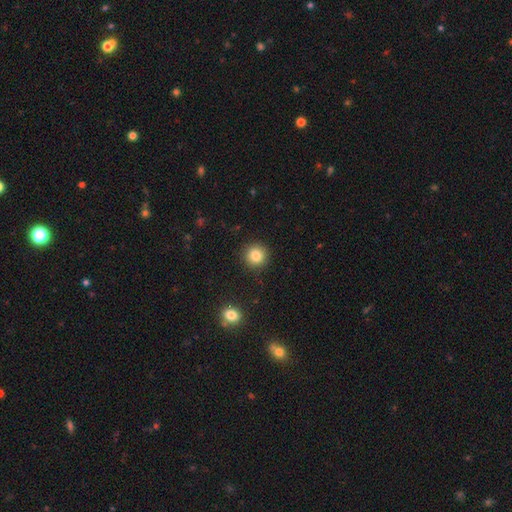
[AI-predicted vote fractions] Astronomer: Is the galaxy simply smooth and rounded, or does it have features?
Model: smooth — 83%.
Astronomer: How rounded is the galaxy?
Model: round — 93%.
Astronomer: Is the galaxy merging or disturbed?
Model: none — 91%.